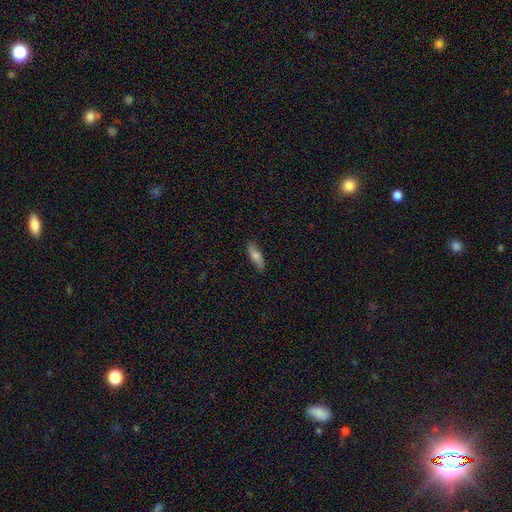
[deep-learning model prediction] Q: Smooth or featured?
A: smooth (70%); runner-up: featured or disk (24%)
Q: How rounded?
A: cigar-shaped (49%); tied with: in between (49%)
Q: Merging?
A: none (85%); runner-up: minor disturbance (12%)